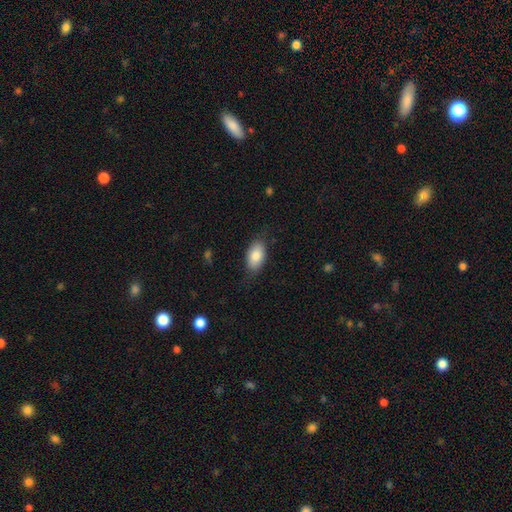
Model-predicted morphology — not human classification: A smooth galaxy with no disk features (83%) that is in between round and cigar-shaped (93%).

Vote fractions:
- Smooth or featured? smooth: 83% / featured or disk: 10% / star or artifact: 6%
- How rounded? in between: 93% / round: 5% / cigar-shaped: 2%
- Merging? none: 75% / minor disturbance: 19% / major disturbance: 5% / merger: 1%